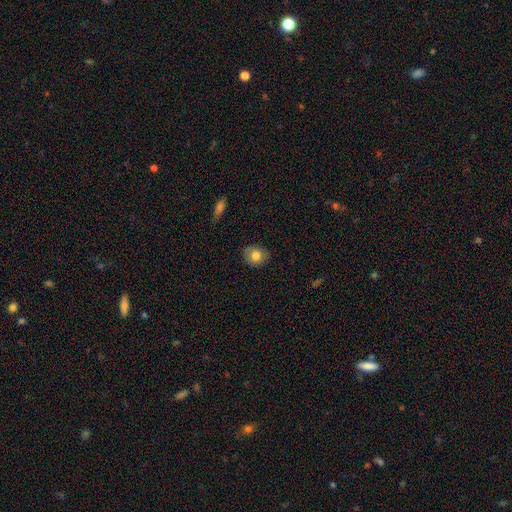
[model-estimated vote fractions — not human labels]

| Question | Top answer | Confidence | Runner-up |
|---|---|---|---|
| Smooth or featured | smooth | 80% | featured or disk (11%) |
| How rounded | round | 71% | in between (28%) |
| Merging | none | 85% | minor disturbance (12%) |